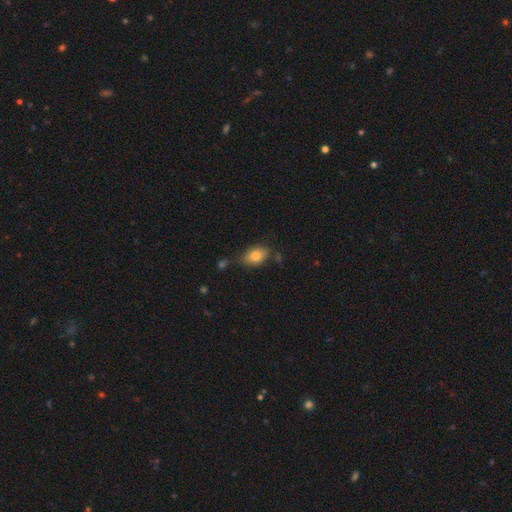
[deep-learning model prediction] Smooth or featured? Predicted: smooth (p=0.82). How rounded? Predicted: in between (p=0.85). Merging? Predicted: none (p=0.69).